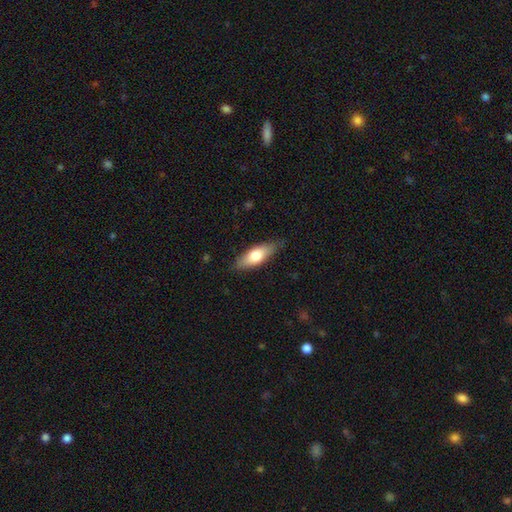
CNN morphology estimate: The model was most divided on "how rounded": in between: 66%, cigar-shaped: 32%, round: 2%. More confident: merging — none (81%); smooth or featured — smooth (69%).